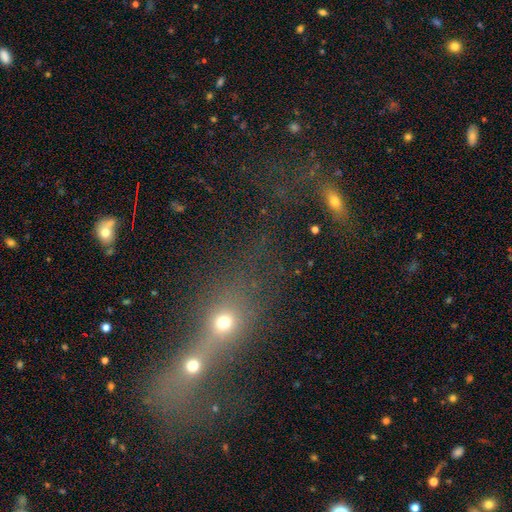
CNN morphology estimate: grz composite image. It shows a smooth galaxy with no disk features (44%). Merging: merger (68%).